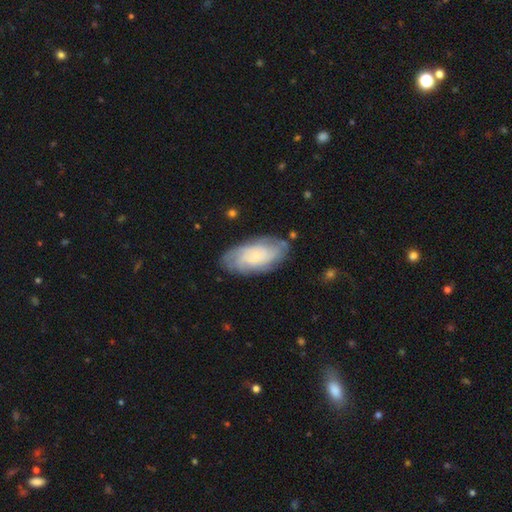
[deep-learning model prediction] A featured or disk galaxy (63%) with no bar (76%), tight (61%) spiral arms (91%) and a small central bulge (73%).

Vote fractions:
- Smooth or featured? featured or disk: 63% / smooth: 30% / star or artifact: 7%
- Edge-on disk? no: 94% / yes: 6%
- Bar? no: 76% / weak: 20% / strong: 4%
- Spiral arms? yes: 91% / no: 9%
- Spiral winding? tight: 61% / medium: 30% / loose: 9%
- Spiral arm count? can't tell: 45% / 2: 17% / 3: 15% / 4: 13% / more than 4: 5% / 1: 4%
- Bulge size? small: 73% / moderate: 14% / none: 9% / large: 3% / dominant: 1%
- Merging? none: 77% / minor disturbance: 17% / major disturbance: 5% / merger: 2%